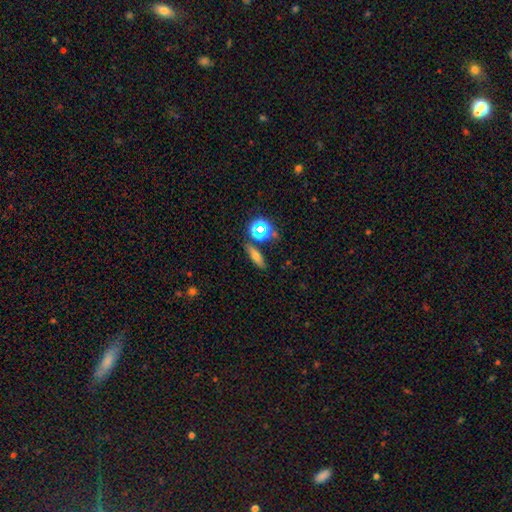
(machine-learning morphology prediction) Smooth or featured? Predicted: smooth (p=0.60). How rounded? Predicted: cigar-shaped (p=0.50). Merging? Predicted: none (p=0.80).